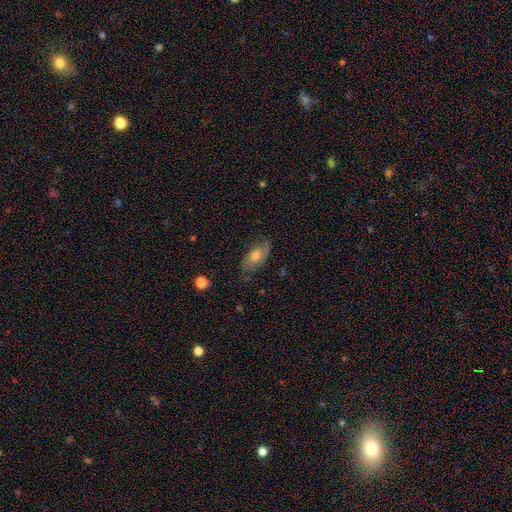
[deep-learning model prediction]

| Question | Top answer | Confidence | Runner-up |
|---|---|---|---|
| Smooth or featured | featured or disk | 48% | smooth (42%) |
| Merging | none | 71% | minor disturbance (21%) |